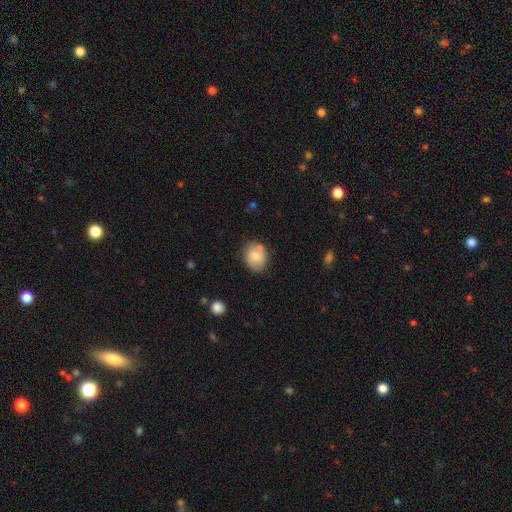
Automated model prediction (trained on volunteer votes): Smooth or featured: smooth — 74% (featured or disk — 18%)
How rounded: round — 59% (in between — 40%)
Merging: none — 72% (minor disturbance — 18%)